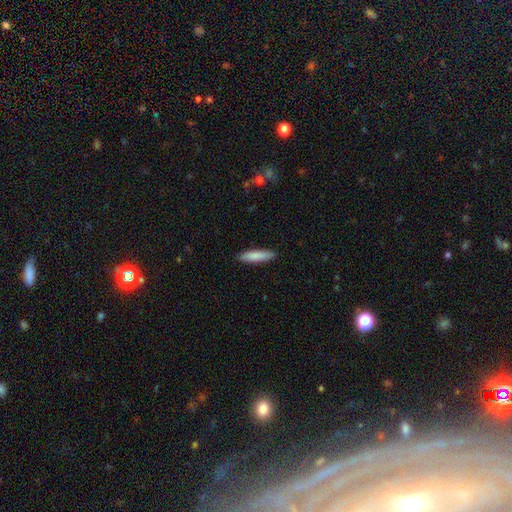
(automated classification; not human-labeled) Smooth or featured?
  - smooth: 85% *
  - featured or disk: 10%
  - star or artifact: 5%
How rounded?
  - cigar-shaped: 78% *
  - in between: 20%
  - round: 1%
Merging?
  - none: 90% *
  - minor disturbance: 7%
  - major disturbance: 1%
  - merger: 1%